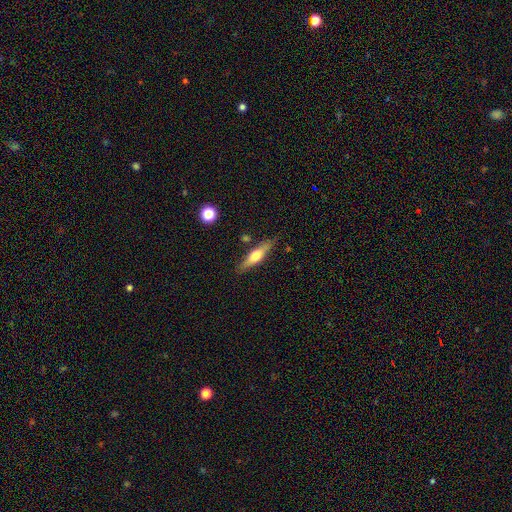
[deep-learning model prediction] A featured or disk galaxy (50%) viewed edge-on (90%).

Vote fractions:
- Smooth or featured? featured or disk: 50% / smooth: 44% / star or artifact: 6%
- Edge-on disk? yes: 90% / no: 10%
- Merging? none: 81% / minor disturbance: 13% / merger: 3% / major disturbance: 3%